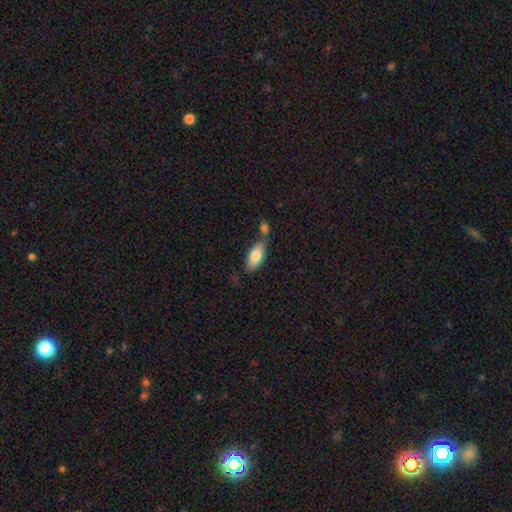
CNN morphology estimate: Q: Smooth or featured?
A: smooth (78%); runner-up: featured or disk (16%)
Q: How rounded?
A: in between (85%); runner-up: cigar-shaped (12%)
Q: Merging?
A: none (53%); runner-up: merger (25%)